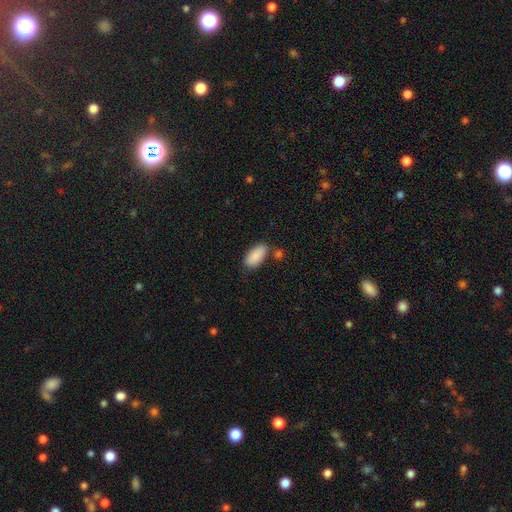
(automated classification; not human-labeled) Smooth or featured? Predicted: smooth (p=0.89). How rounded? Predicted: in between (p=0.91). Merging? Predicted: none (p=0.72).